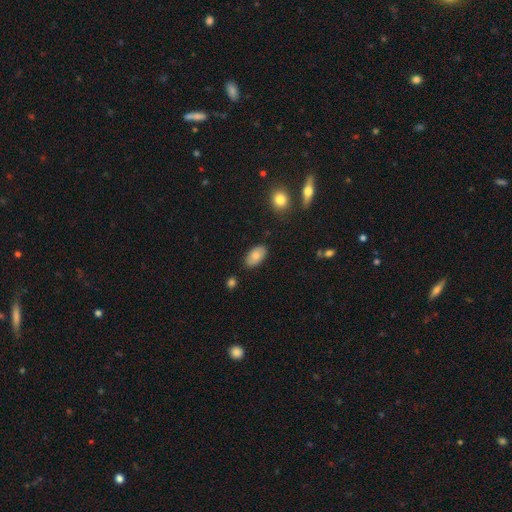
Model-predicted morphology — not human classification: Smooth or featured?
  - smooth: 77% *
  - featured or disk: 16%
  - star or artifact: 7%
How rounded?
  - in between: 93% *
  - round: 5%
  - cigar-shaped: 2%
Merging?
  - none: 84% *
  - minor disturbance: 12%
  - major disturbance: 2%
  - merger: 2%